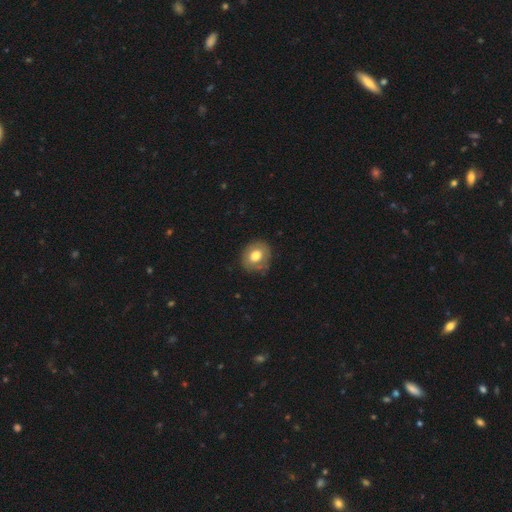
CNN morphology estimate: type=smooth (72%); roundness=round (71%); merging=none (80%).